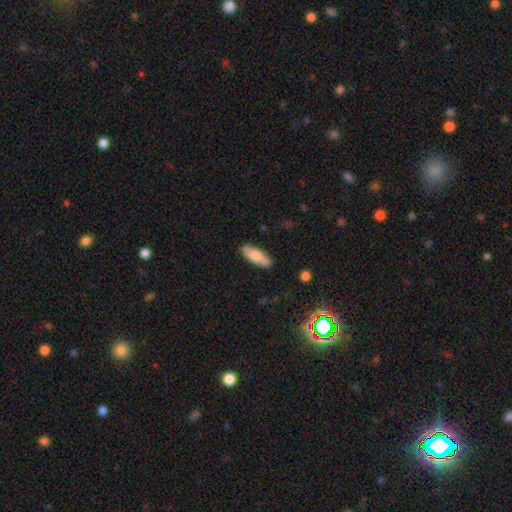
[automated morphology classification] The model was most divided on "how rounded": in between: 67%, cigar-shaped: 31%, round: 2%. More confident: merging — none (83%); smooth or featured — smooth (75%).